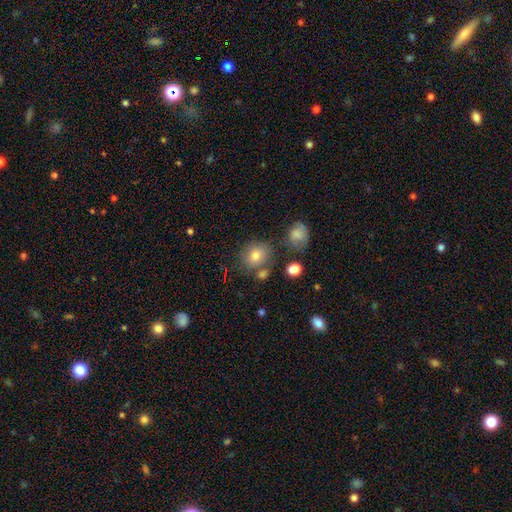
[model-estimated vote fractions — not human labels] smooth-or-featured: smooth: 78% | star or artifact: 12% | featured or disk: 10%
  how-rounded: round: 73% | in between: 26% | cigar-shaped: 1%
  merging: none: 68% | minor disturbance: 14% | merger: 12% | major disturbance: 5%